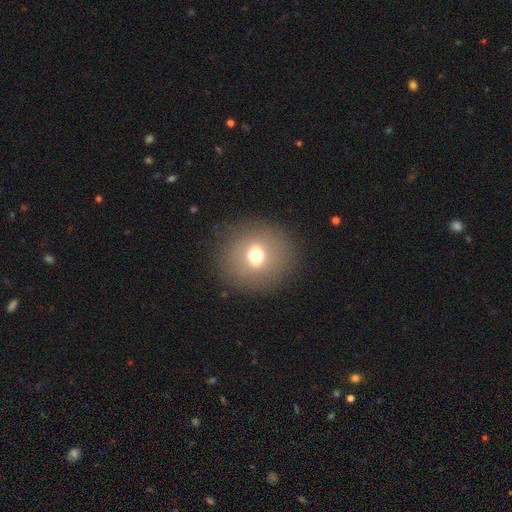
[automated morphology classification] Smooth or featured? Predicted: smooth (p=0.63). How rounded? Predicted: round (p=0.83). Merging? Predicted: none (p=0.87).